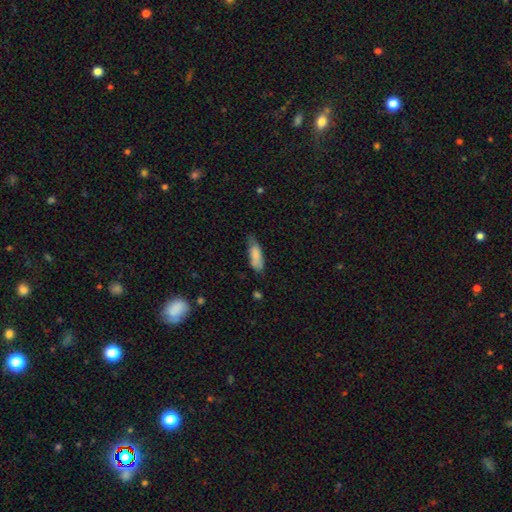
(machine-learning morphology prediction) smooth-or-featured: smooth: 81% | featured or disk: 12% | star or artifact: 6%
  how-rounded: in between: 65% | cigar-shaped: 34% | round: 2%
  merging: none: 55% | minor disturbance: 34% | major disturbance: 8% | merger: 2%